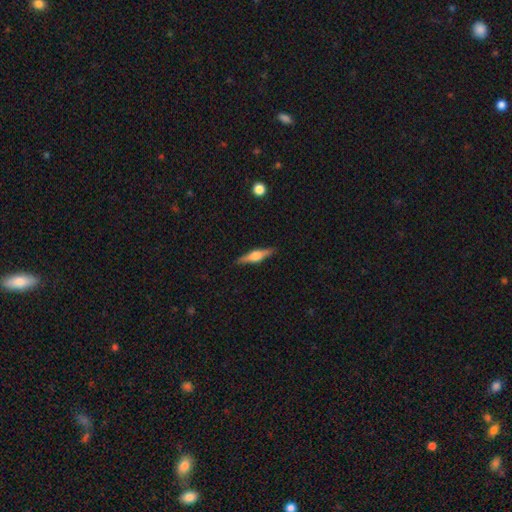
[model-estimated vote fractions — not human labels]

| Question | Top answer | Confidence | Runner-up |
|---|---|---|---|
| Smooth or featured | featured or disk | 65% | smooth (29%) |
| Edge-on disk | yes | 97% | no (3%) |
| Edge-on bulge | rounded | 87% | boxy (11%) |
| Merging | none | 89% | minor disturbance (8%) |